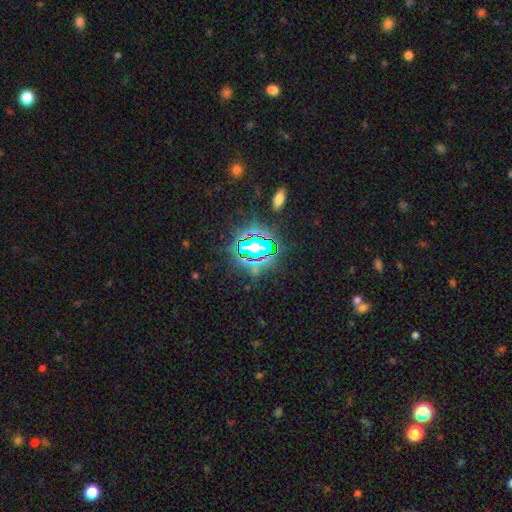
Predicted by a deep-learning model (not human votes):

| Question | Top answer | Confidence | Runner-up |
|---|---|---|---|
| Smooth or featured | star or artifact | 78% | smooth (13%) |